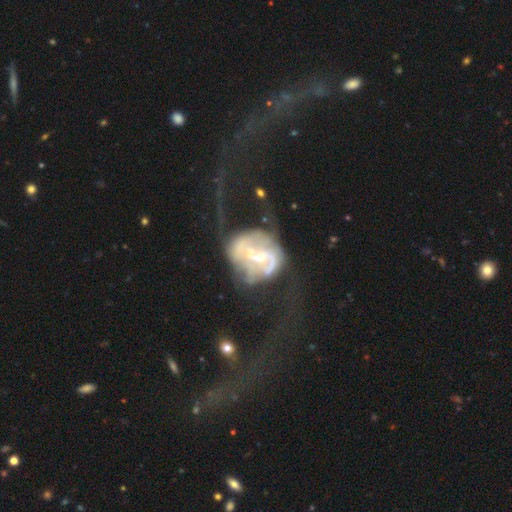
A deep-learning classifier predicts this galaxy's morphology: This is likely a featured or disk galaxy (78%). It is clearly not viewed edge-on (96%). Bar: possibly no (47%). Spiral arm pattern: likely yes (61%). Central bulge: possibly moderate (53%). Merging: marginally major disturbance (37%).